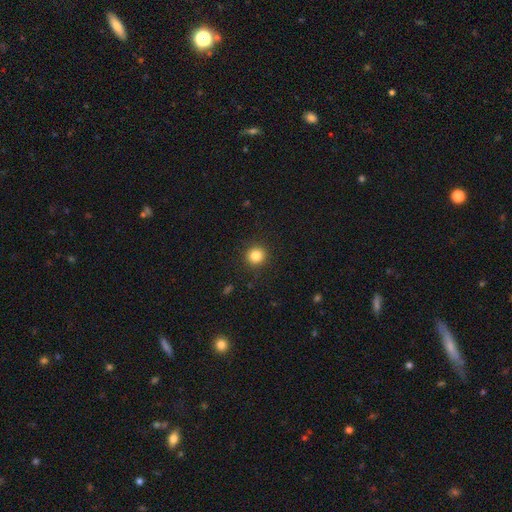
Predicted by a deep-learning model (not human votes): smooth-or-featured: smooth: 84% | star or artifact: 11% | featured or disk: 5%
  how-rounded: round: 94% | in between: 5% | cigar-shaped: 1%
  merging: none: 91% | minor disturbance: 6% | major disturbance: 2% | merger: 1%